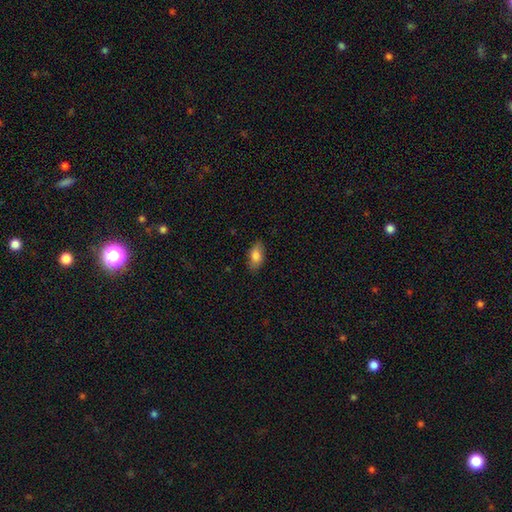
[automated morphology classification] This is clearly a smooth galaxy (81%). How rounded: clearly in between (89%). Merging: clearly none (82%).